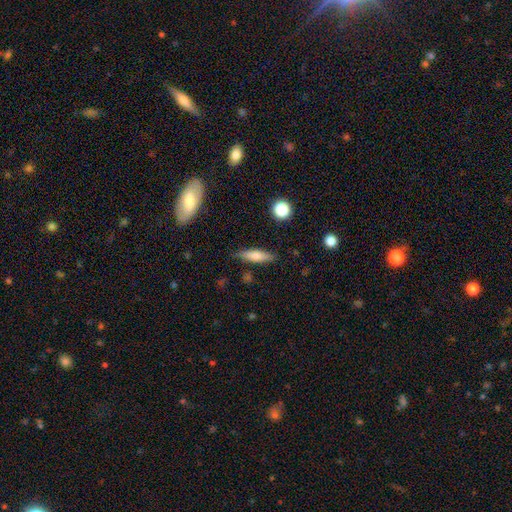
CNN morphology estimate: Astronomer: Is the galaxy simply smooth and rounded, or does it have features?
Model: smooth — 69%.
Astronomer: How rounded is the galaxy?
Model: cigar-shaped — 71%.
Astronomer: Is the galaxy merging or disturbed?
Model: none — 82%.